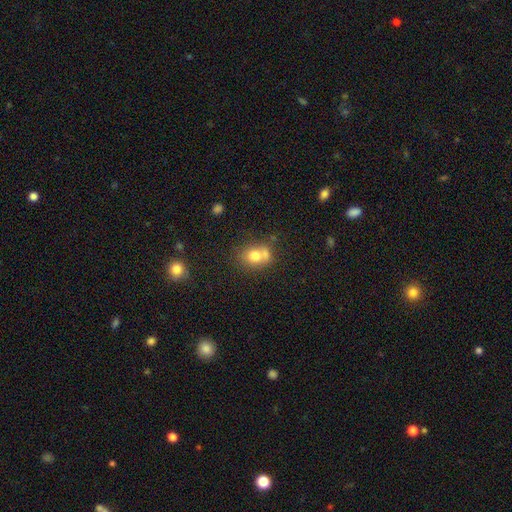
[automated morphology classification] A smooth galaxy with no disk features (74%) that is round (64%).

Vote fractions:
- Smooth or featured? smooth: 74% / featured or disk: 15% / star or artifact: 11%
- How rounded? round: 64% / in between: 35% / cigar-shaped: 1%
- Merging? merger: 42% / none: 40% / minor disturbance: 13% / major disturbance: 5%